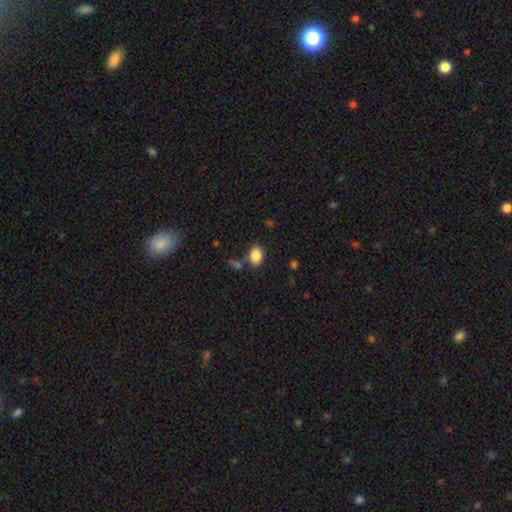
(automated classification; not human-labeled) Q: Smooth or featured?
A: smooth (86%); runner-up: star or artifact (9%)
Q: How rounded?
A: in between (78%); runner-up: round (20%)
Q: Merging?
A: none (73%); runner-up: minor disturbance (13%)